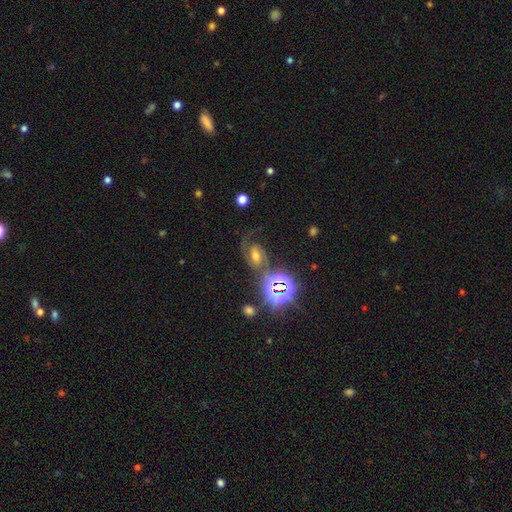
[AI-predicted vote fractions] A featured or disk galaxy (56%) with a weak bar (40%), spiral arms (89%) and a moderate central bulge (57%). Merging: none (60%).